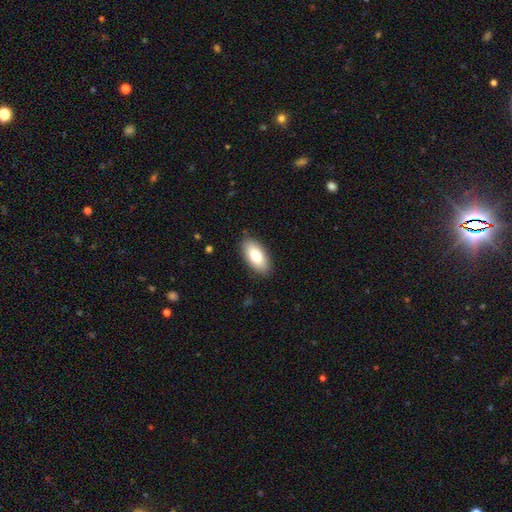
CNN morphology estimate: smooth_or_featured: smooth (p=0.81) [alt: featured or disk p=0.13]
how_rounded: in between (p=0.92) [alt: cigar-shaped p=0.06]
merging: none (p=0.87) [alt: minor disturbance p=0.09]